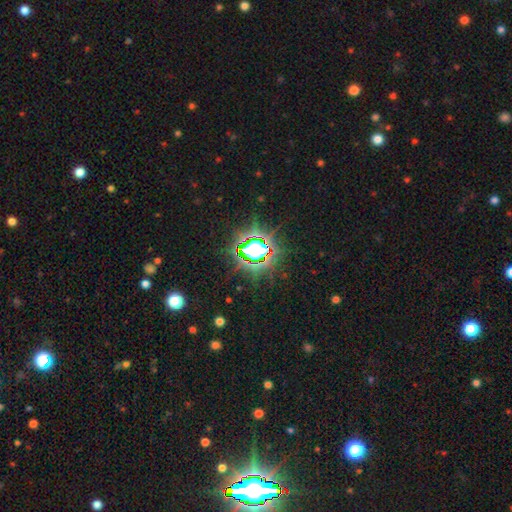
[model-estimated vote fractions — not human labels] smooth-or-featured: star or artifact: 77% | smooth: 14% | featured or disk: 9%